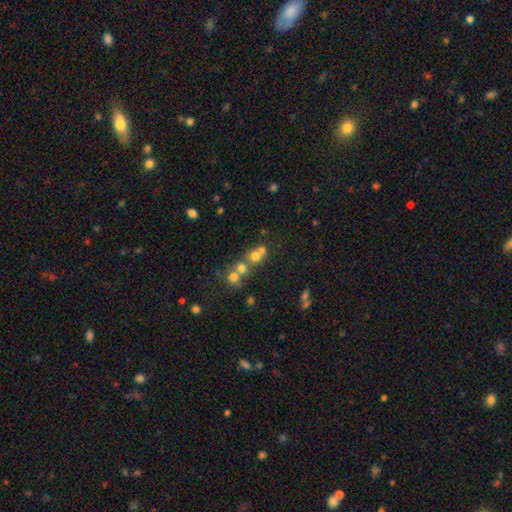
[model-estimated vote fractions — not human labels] Overall: smooth (62%). How rounded: round (80%). Merging: merger (50%; none 39%).